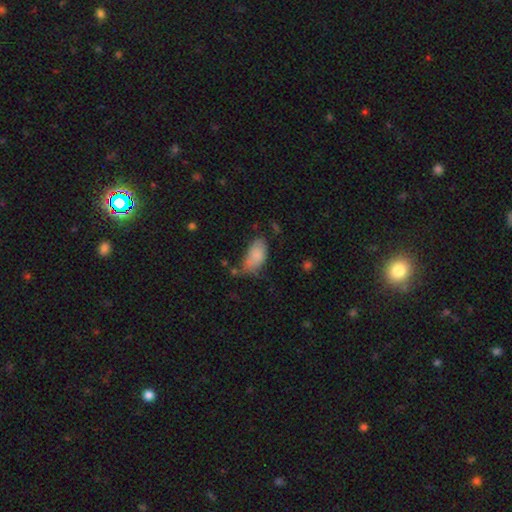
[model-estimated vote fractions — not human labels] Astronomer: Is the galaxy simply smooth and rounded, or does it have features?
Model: smooth — 82%.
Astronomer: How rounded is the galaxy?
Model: in between — 93%.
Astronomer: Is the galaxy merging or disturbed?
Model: none — 43% (runner-up: minor disturbance, 36%).